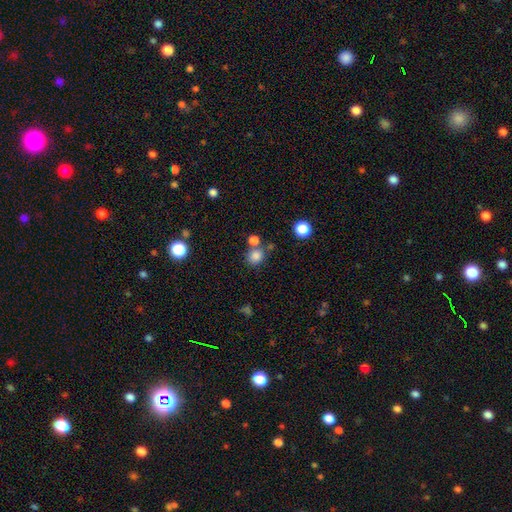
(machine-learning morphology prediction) smooth 82%, star or artifact 13%, featured or disk 5%. Down the decision tree: how rounded — round (80%); merging — none (66%).